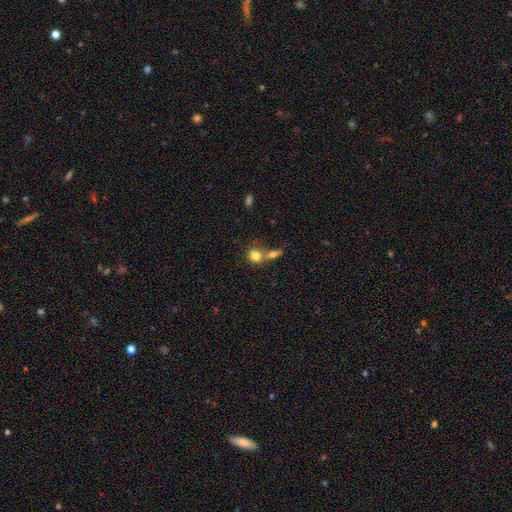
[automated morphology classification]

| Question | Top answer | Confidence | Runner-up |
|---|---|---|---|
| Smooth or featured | smooth | 80% | featured or disk (11%) |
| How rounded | round | 74% | in between (25%) |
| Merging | merger | 45% | none (42%) |